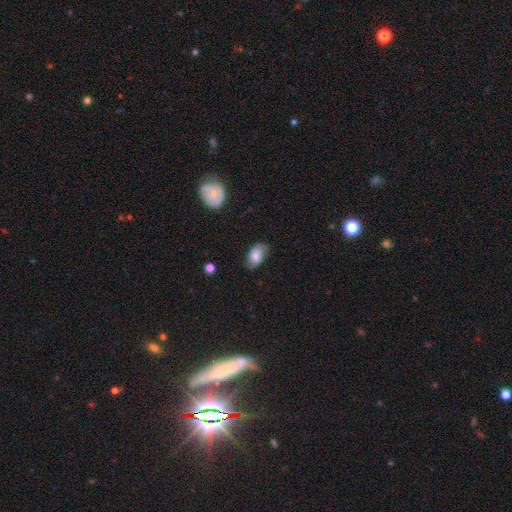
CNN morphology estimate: The model was most divided on "smooth or featured": smooth: 65%, featured or disk: 27%, star or artifact: 8%. More confident: how rounded — in between (90%); merging — none (67%).